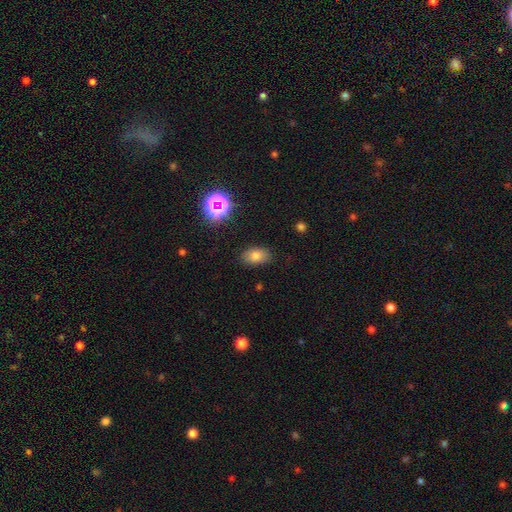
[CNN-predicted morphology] Smooth or featured?
  - smooth: 74% *
  - star or artifact: 15%
  - featured or disk: 11%
How rounded?
  - in between: 87% *
  - round: 11%
  - cigar-shaped: 2%
Merging?
  - none: 85% *
  - minor disturbance: 11%
  - major disturbance: 3%
  - merger: 1%